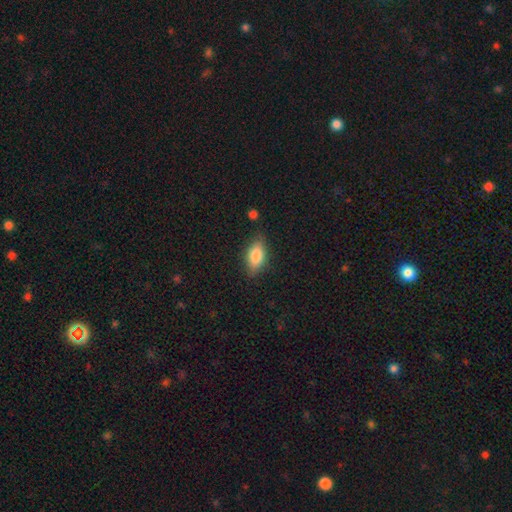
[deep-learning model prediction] Morphology: type=smooth (79%); roundness=in between (86%); merging=none (77%).